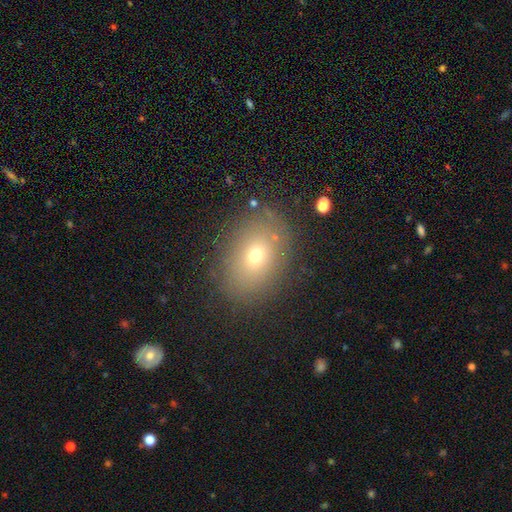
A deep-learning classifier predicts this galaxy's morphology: smooth_or_featured: smooth (p=0.66) [alt: featured or disk p=0.18]
how_rounded: in between (p=0.64) [alt: round p=0.35]
merging: none (p=0.81) [alt: minor disturbance p=0.12]